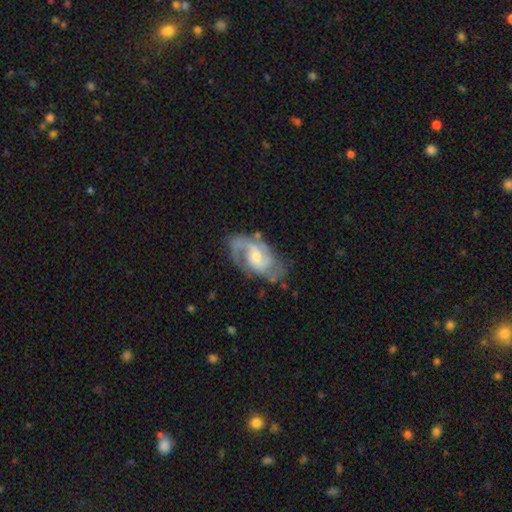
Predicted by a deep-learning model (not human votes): Overall: featured or disk (86%). Edge-on disk: no (96%). Bar: no (50%; weak 41%). Spiral arms: yes (95%). Spiral arm count: 2 (74%). Spiral winding: medium (51%; tight 31%). Bulge size: small (48%; moderate 47%). Merging: none (67%).